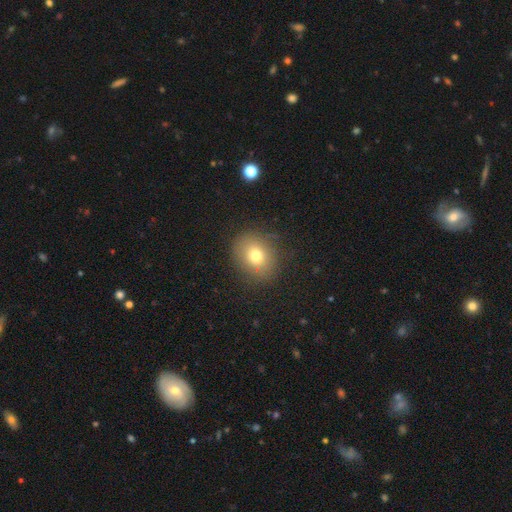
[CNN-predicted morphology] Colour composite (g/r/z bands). It shows a smooth galaxy with no disk features (74%) that is round (64%). Merging: none (83%).